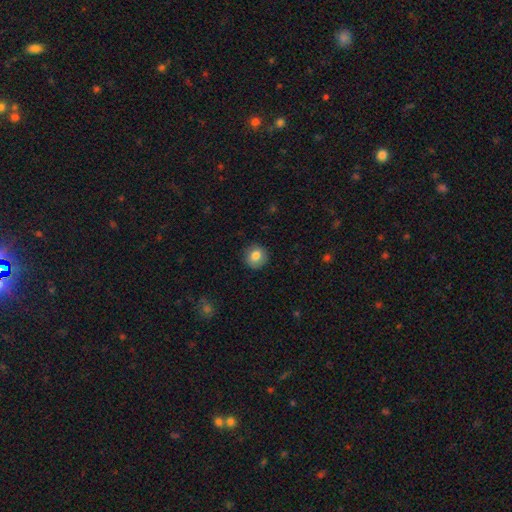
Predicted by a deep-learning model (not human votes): Smooth or featured? smooth (82%)
How rounded? round (88%)
Merging? none (86%)